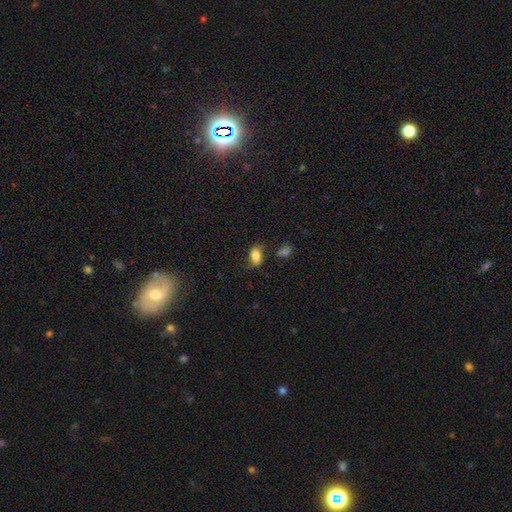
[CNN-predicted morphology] type=smooth (82%); roundness=in between (86%); merging=none (68%).